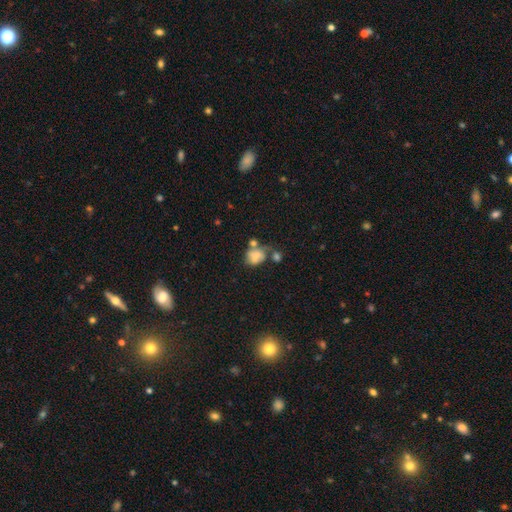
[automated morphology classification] Smooth or featured: smooth — 64% (featured or disk — 26%)
How rounded: in between — 54% (round — 45%)
Merging: merger — 37% (none — 28%)